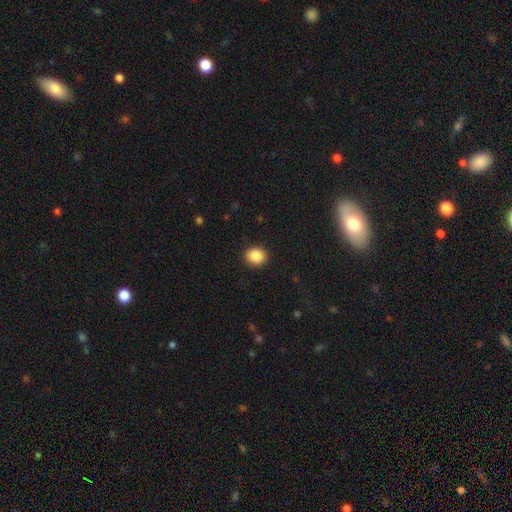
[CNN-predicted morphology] Smooth or featured: smooth — 88% (star or artifact — 9%)
How rounded: round — 67% (in between — 32%)
Merging: none — 91% (minor disturbance — 6%)